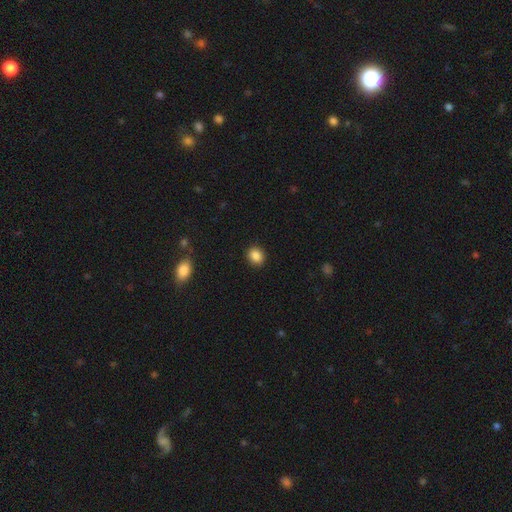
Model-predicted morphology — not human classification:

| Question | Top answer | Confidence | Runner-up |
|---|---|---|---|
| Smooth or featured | smooth | 87% | star or artifact (9%) |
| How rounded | round | 69% | in between (30%) |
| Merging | none | 91% | minor disturbance (6%) |